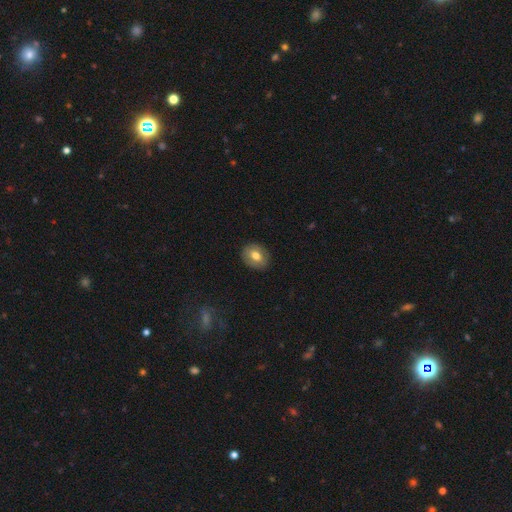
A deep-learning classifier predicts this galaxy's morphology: Smooth or featured?
  - smooth: 70% *
  - featured or disk: 22%
  - star or artifact: 8%
How rounded?
  - round: 51% *
  - in between: 48%
  - cigar-shaped: 1%
Merging?
  - none: 87% *
  - minor disturbance: 9%
  - major disturbance: 2%
  - merger: 1%